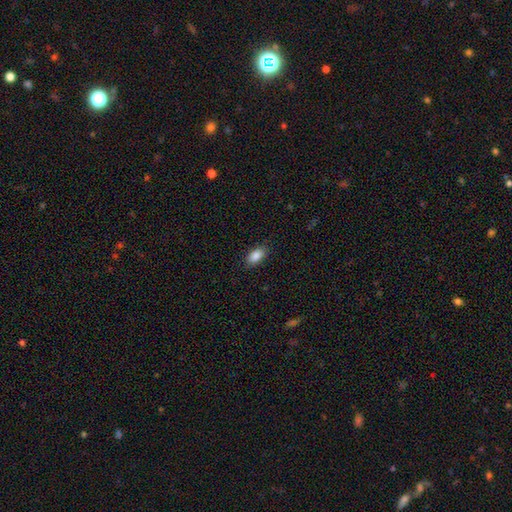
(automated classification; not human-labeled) Overall: smooth (88%). How rounded: in between (92%). Merging: none (87%).